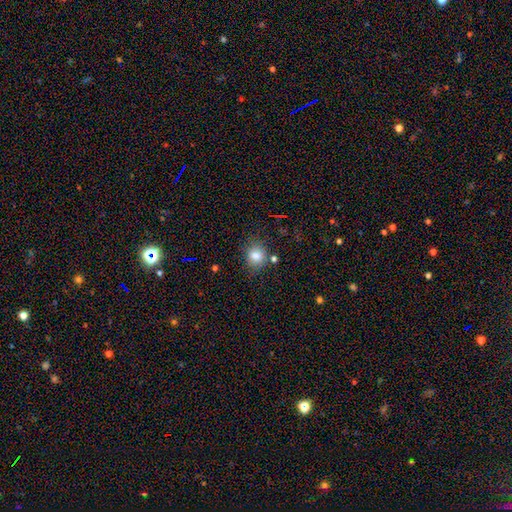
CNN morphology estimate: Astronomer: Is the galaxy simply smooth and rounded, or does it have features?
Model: smooth — 81%.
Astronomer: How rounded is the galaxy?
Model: round — 73%.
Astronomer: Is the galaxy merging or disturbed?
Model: none — 77%.